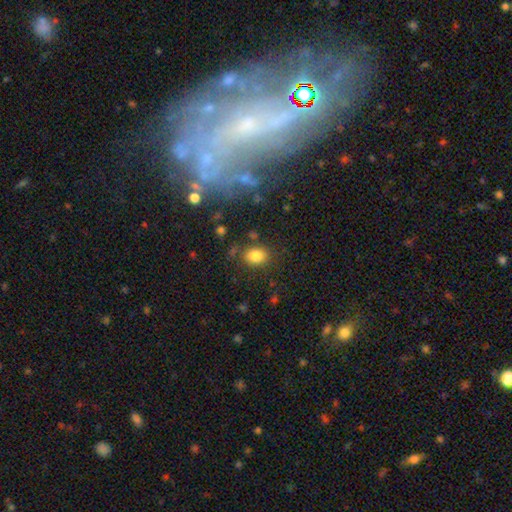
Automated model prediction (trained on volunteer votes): Morphology: type=smooth (82%); roundness=in between (60%); merging=none (79%).